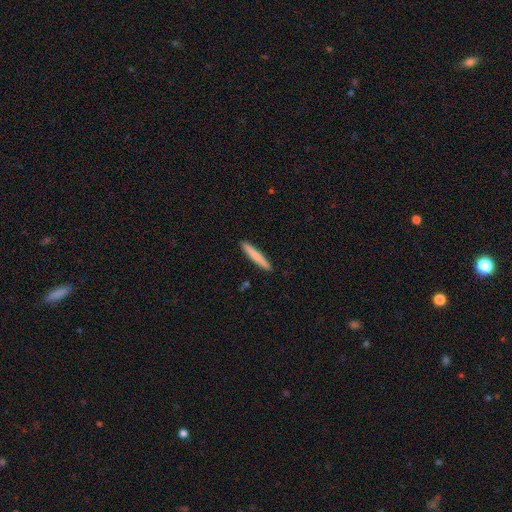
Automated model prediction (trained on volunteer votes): Smooth or featured: smooth — 75% (featured or disk — 20%)
How rounded: cigar-shaped — 96% (in between — 3%)
Merging: none — 92% (minor disturbance — 6%)